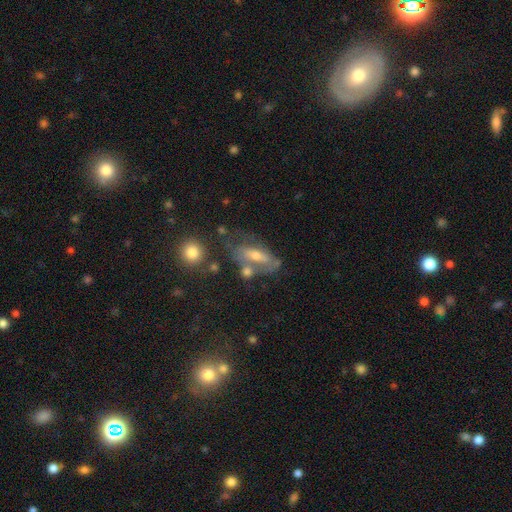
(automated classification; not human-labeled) A featured or disk galaxy (54%).

Vote fractions:
- Smooth or featured? featured or disk: 54% / smooth: 36% / star or artifact: 10%
- Edge-on disk? no: 75% / yes: 25%
- Merging? none: 46% / minor disturbance: 23% / major disturbance: 17% / merger: 15%